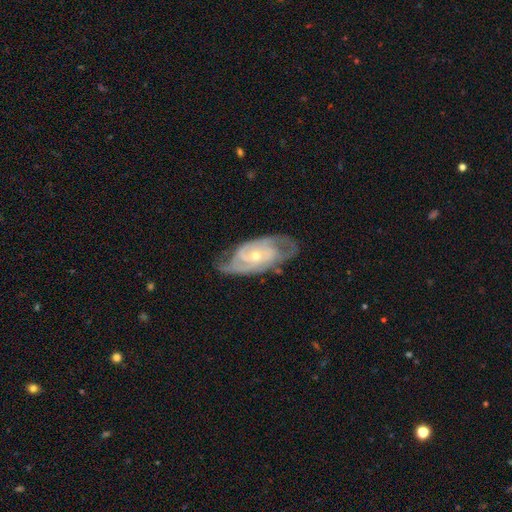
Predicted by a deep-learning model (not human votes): Q: Smooth or featured?
A: featured or disk (86%); runner-up: smooth (9%)
Q: Edge-on disk?
A: no (94%); runner-up: yes (6%)
Q: Bar?
A: no (66%); runner-up: weak (27%)
Q: Spiral arms?
A: yes (95%); runner-up: no (5%)
Q: Spiral winding?
A: tight (53%); runner-up: medium (38%)
Q: Spiral arm count?
A: 2 (59%); runner-up: can't tell (17%)
Q: Bulge size?
A: small (56%); runner-up: moderate (41%)
Q: Merging?
A: none (68%); runner-up: minor disturbance (22%)